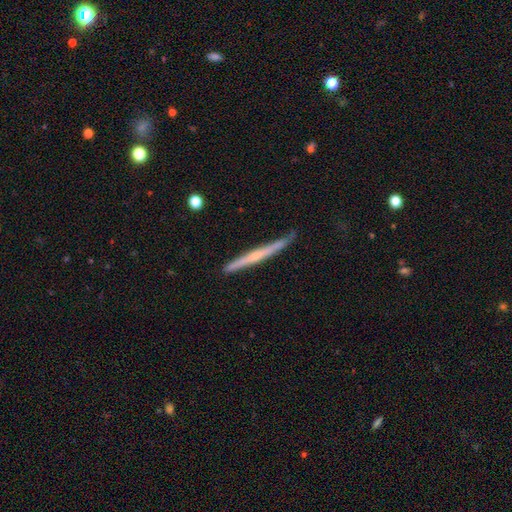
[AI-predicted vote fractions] Morphology: type=featured or disk (62%); edge-on=yes (97%); edge-on bulge=none (59%); merging=none (82%).